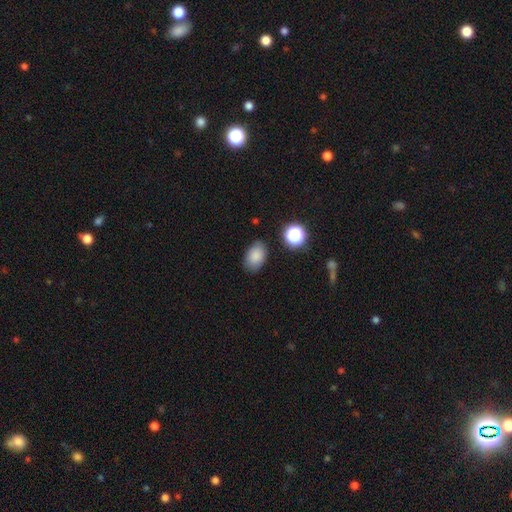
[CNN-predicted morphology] Smooth or featured: smooth — 84% (star or artifact — 10%)
How rounded: in between — 84% (round — 14%)
Merging: none — 81% (minor disturbance — 14%)